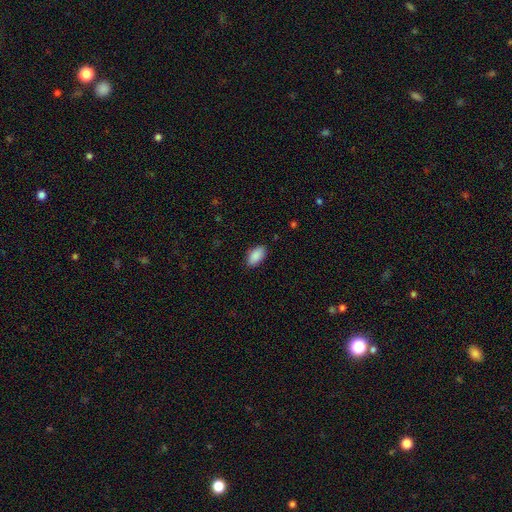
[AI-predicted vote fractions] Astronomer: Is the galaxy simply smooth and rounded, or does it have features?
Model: smooth — 90%.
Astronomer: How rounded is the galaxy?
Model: in between — 94%.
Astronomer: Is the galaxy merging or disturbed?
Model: none — 87%.